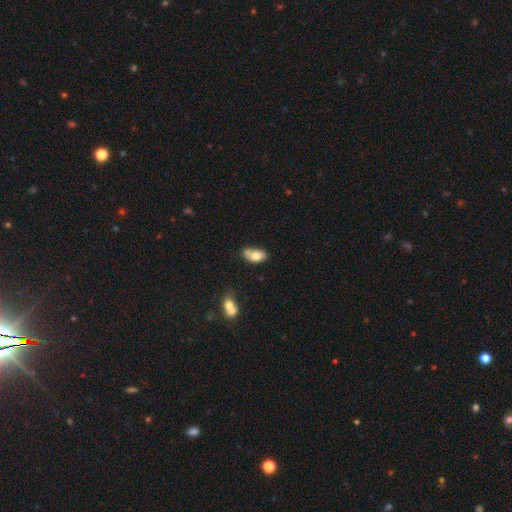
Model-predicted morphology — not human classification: Q: Smooth or featured?
A: smooth (74%); runner-up: featured or disk (18%)
Q: How rounded?
A: in between (88%); runner-up: round (8%)
Q: Merging?
A: none (38%); runner-up: merger (30%)